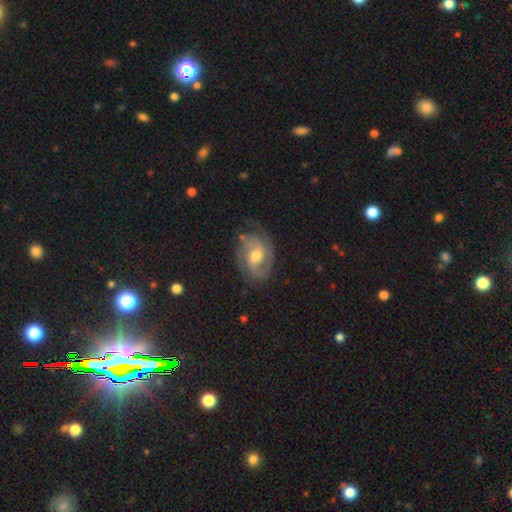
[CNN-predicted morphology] Smooth or featured?
  - featured or disk: 86% *
  - smooth: 9%
  - star or artifact: 5%
Edge-on disk?
  - no: 97% *
  - yes: 3%
Bar?
  - no: 46% *
  - weak: 43%
  - strong: 11%
Spiral arms?
  - yes: 96% *
  - no: 4%
Spiral winding?
  - medium: 45% *
  - tight: 42%
  - loose: 13%
Spiral arm count?
  - 2: 57% *
  - 3: 20%
  - can't tell: 12%
  - 1: 4%
  - 4: 4%
  - more than 4: 3%
Bulge size?
  - moderate: 73% *
  - small: 19%
  - large: 6%
  - none: 1%
  - dominant: 1%
Merging?
  - none: 71% *
  - minor disturbance: 20%
  - major disturbance: 7%
  - merger: 2%